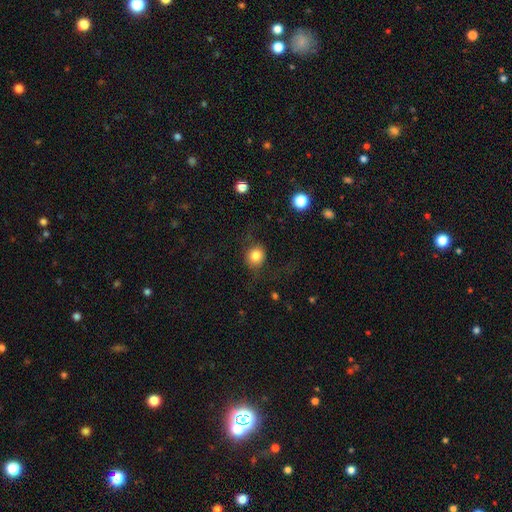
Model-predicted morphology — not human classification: smooth_or_featured: smooth (p=0.77) [alt: featured or disk p=0.12]
how_rounded: round (p=0.78) [alt: in between p=0.20]
merging: none (p=0.68) [alt: minor disturbance p=0.17]